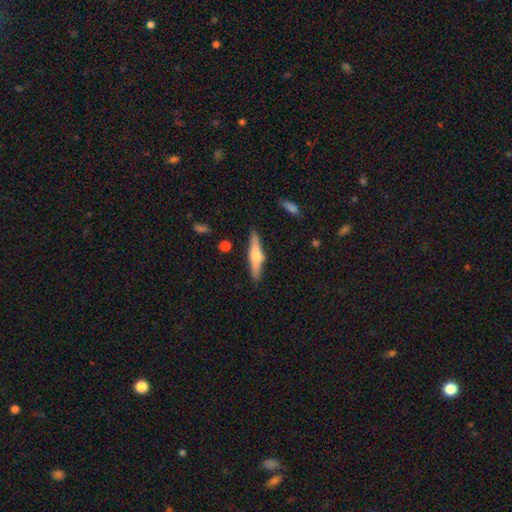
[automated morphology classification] Smooth or featured? Predicted: featured or disk (p=0.52). Edge-on disk? Predicted: yes (p=0.96). Merging? Predicted: none (p=0.87).